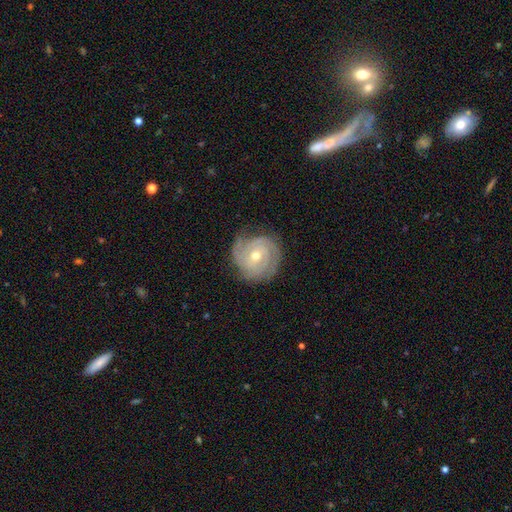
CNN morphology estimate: Smooth or featured?
  - featured or disk: 86% *
  - smooth: 8%
  - star or artifact: 6%
Edge-on disk?
  - no: 97% *
  - yes: 3%
Bar?
  - no: 67% *
  - weak: 26%
  - strong: 7%
Spiral arms?
  - yes: 97% *
  - no: 3%
Spiral winding?
  - tight: 77% *
  - medium: 19%
  - loose: 4%
Spiral arm count?
  - 3: 37% *
  - can't tell: 20%
  - 2: 19%
  - 4: 12%
  - 1: 6%
  - more than 4: 6%
Bulge size?
  - moderate: 57% *
  - small: 40%
  - large: 1%
  - none: 1%
  - dominant: 1%
Merging?
  - none: 79% *
  - minor disturbance: 16%
  - major disturbance: 4%
  - merger: 1%